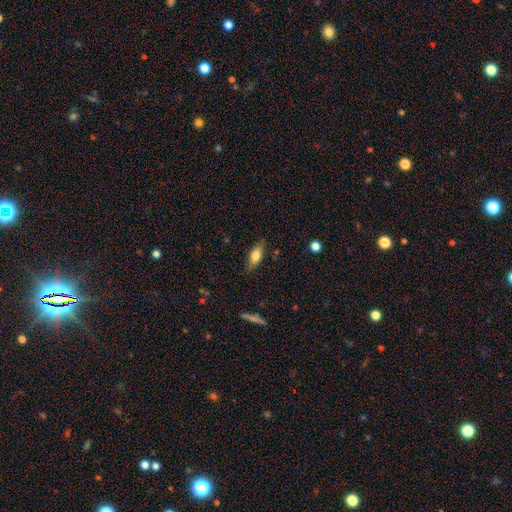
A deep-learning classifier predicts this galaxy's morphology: A smooth galaxy with no disk features (69%) that is in between round and cigar-shaped (74%).

Vote fractions:
- Smooth or featured? smooth: 69% / featured or disk: 24% / star or artifact: 7%
- How rounded? in between: 74% / cigar-shaped: 23% / round: 4%
- Merging? none: 80% / minor disturbance: 15% / major disturbance: 3% / merger: 1%